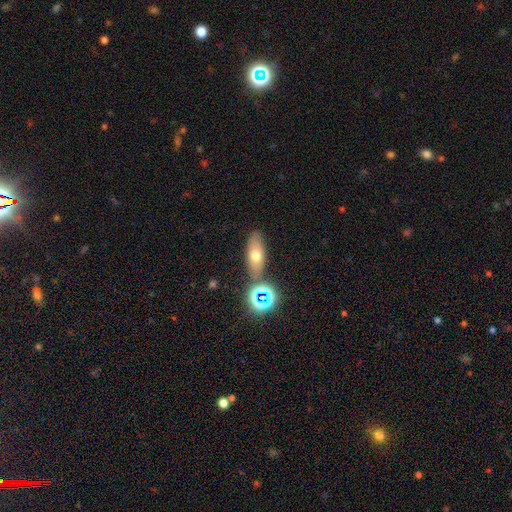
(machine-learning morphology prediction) Smooth or featured? smooth (60%)
How rounded? in between (68%)
Merging? none (76%)